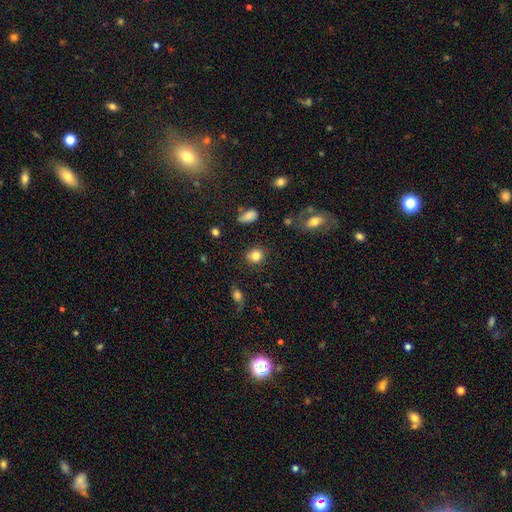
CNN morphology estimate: type=smooth (82%); roundness=round (77%); merging=none (82%).